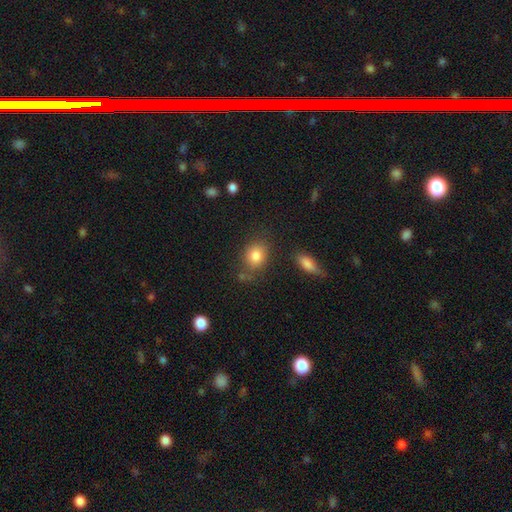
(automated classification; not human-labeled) This is clearly a smooth galaxy (83%). How rounded: possibly round (51%). Merging: likely none (72%).